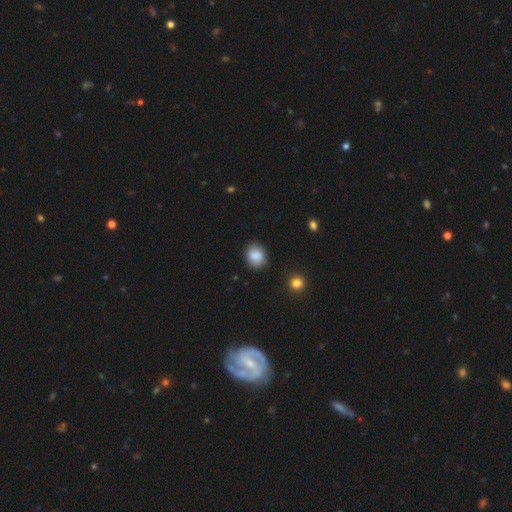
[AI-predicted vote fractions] Smooth or featured?
  - smooth: 87% *
  - star or artifact: 8%
  - featured or disk: 5%
How rounded?
  - round: 69% *
  - in between: 30%
  - cigar-shaped: 1%
Merging?
  - none: 83% *
  - minor disturbance: 13%
  - major disturbance: 3%
  - merger: 2%